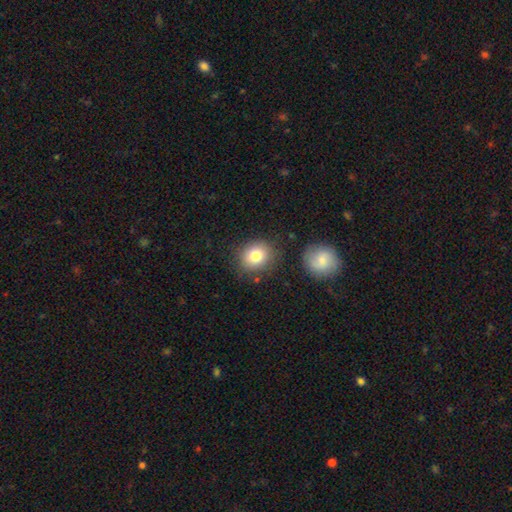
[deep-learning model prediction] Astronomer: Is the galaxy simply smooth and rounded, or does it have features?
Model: smooth — 81%.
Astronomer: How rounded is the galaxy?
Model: round — 72%.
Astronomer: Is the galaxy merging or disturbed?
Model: none — 81%.